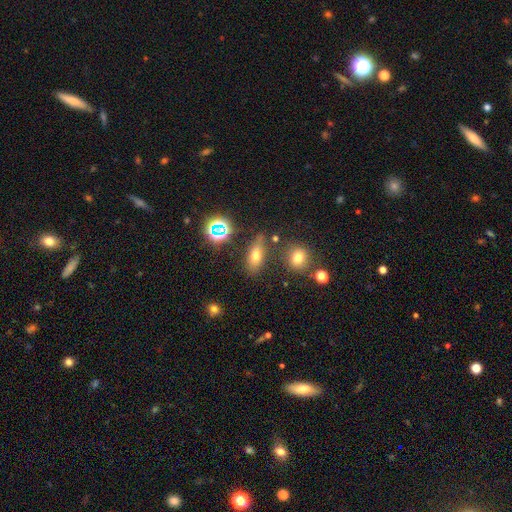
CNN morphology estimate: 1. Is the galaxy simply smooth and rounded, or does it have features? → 62% smooth, 21% star or artifact, 17% featured or disk.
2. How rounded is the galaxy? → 69% in between, 18% cigar-shaped, 14% round.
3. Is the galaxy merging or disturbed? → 71% none, 15% minor disturbance, 8% merger, 6% major disturbance.